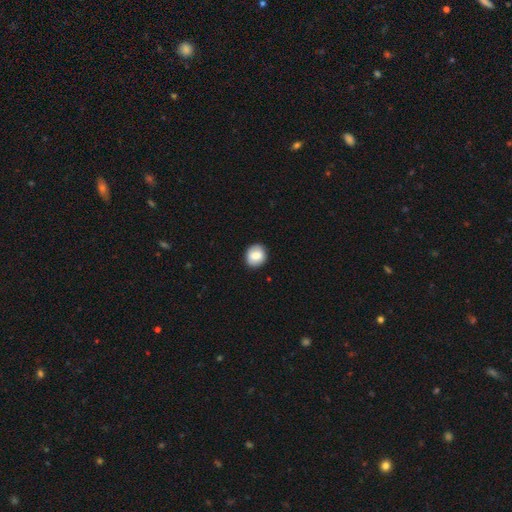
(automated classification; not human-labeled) Smooth or featured? Predicted: smooth (p=0.80). How rounded? Predicted: round (p=0.79). Merging? Predicted: none (p=0.89).